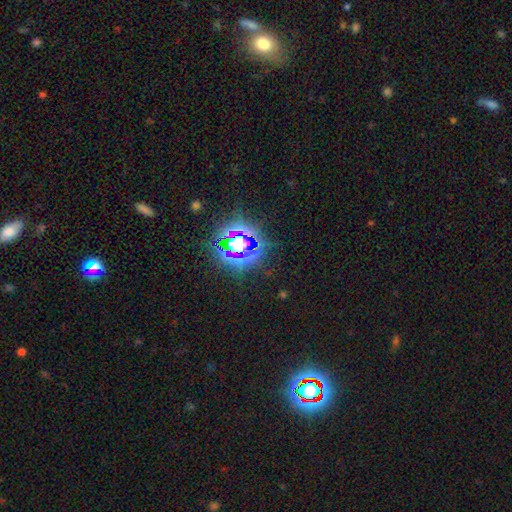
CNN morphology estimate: Overall: star or artifact (80%).